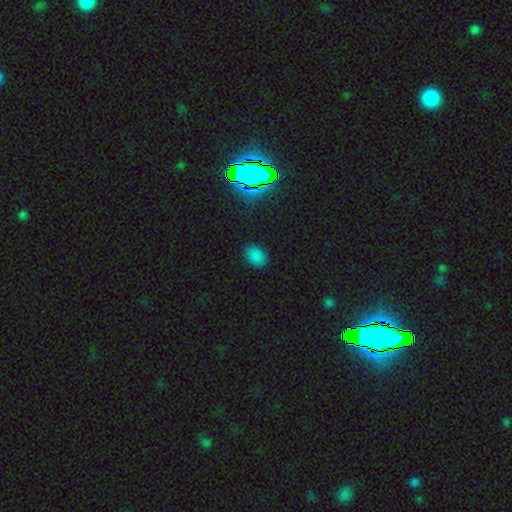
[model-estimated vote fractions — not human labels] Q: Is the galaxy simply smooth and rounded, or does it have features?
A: smooth — 78%.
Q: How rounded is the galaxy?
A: in between — 75%.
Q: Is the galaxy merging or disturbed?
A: none — 85%.